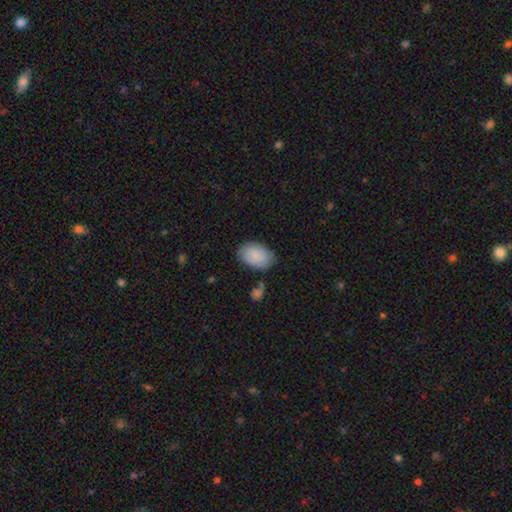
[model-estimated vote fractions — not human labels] Smooth or featured? smooth (84%)
How rounded? in between (89%)
Merging? none (75%)